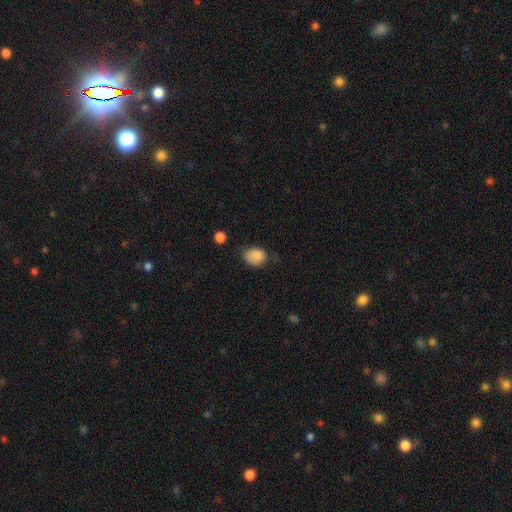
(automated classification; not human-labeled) smooth 86%, star or artifact 9%, featured or disk 5%. Down the decision tree: how rounded — in between (56%); merging — none (56%).